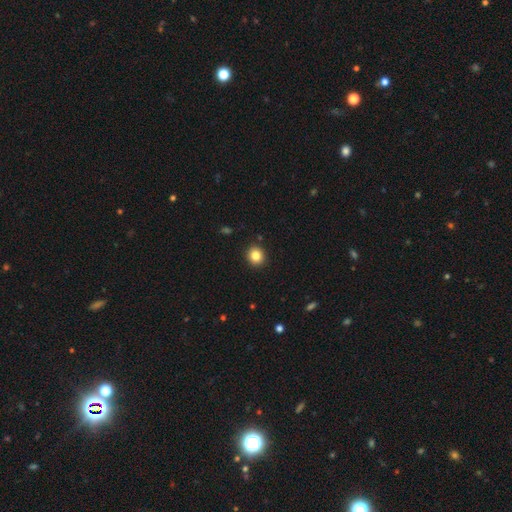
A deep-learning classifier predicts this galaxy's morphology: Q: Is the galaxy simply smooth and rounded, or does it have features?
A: smooth — 84%.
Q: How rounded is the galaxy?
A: round — 83%.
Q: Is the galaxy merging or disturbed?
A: none — 91%.